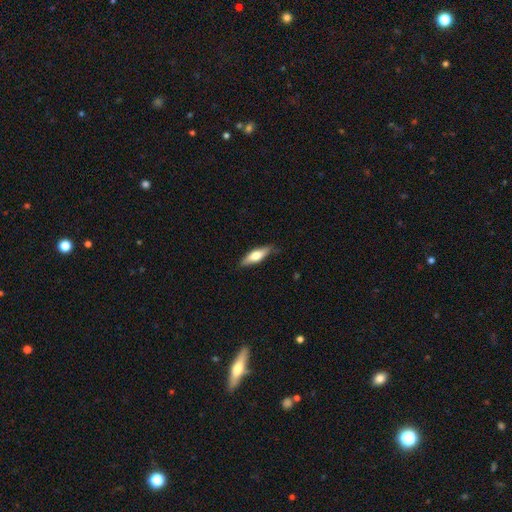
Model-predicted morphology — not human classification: This is possibly a smooth galaxy (55%). How rounded: possibly cigar-shaped (52%). Merging: clearly none (82%).